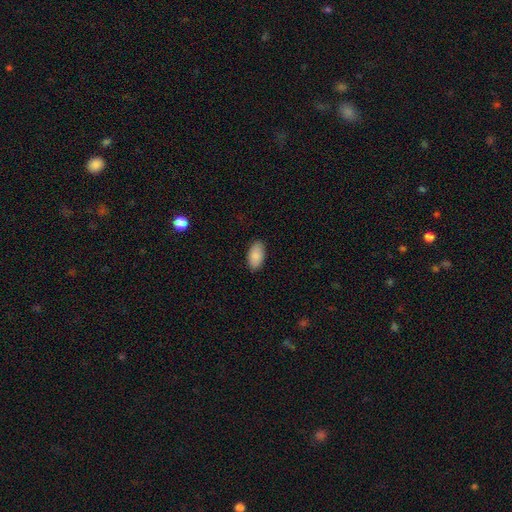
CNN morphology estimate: This appears to be a smooth galaxy with no disk features (89%) that is in between round and cigar-shaped (95%). Merging: none (88%).